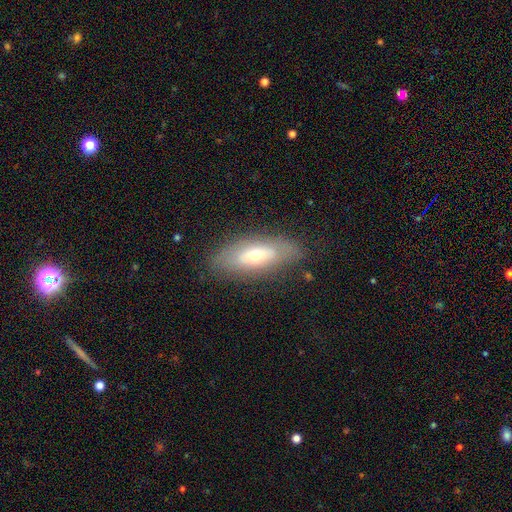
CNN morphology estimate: type=smooth (49%); merging=none (78%).